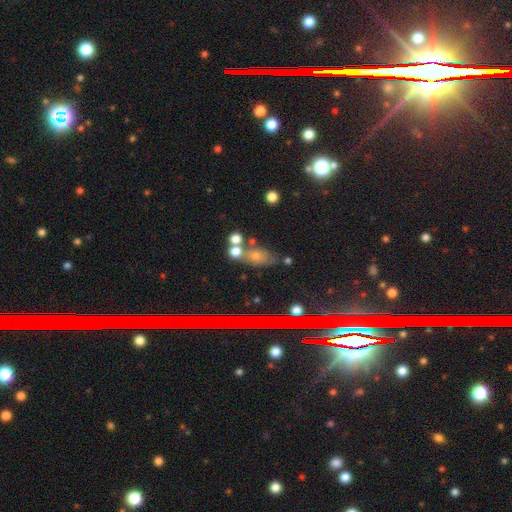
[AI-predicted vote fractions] This is possibly a smooth galaxy (55%). How rounded: possibly round (50%). Merging: likely none (63%).